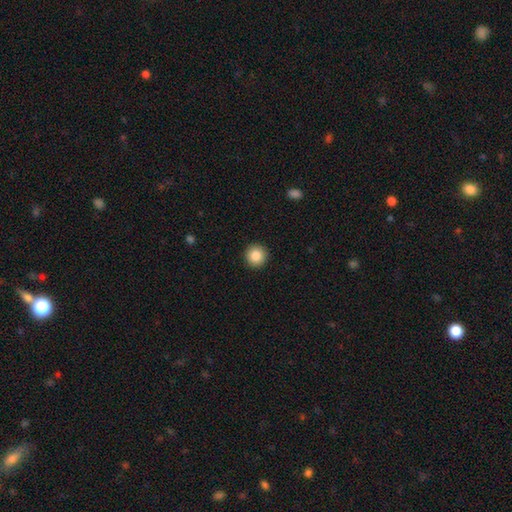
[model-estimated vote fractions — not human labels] Morphology: type=smooth (86%); roundness=round (95%); merging=none (93%).